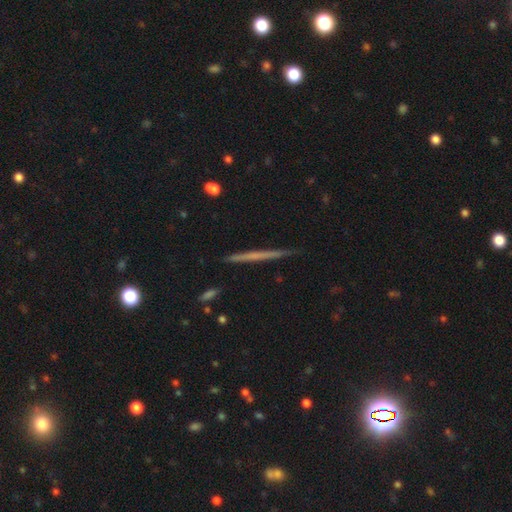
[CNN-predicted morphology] featured or disk 52%, smooth 41%, star or artifact 7%. Down the decision tree: edge-on disk — yes (97%); edge-on bulge — none (89%); merging — none (90%).